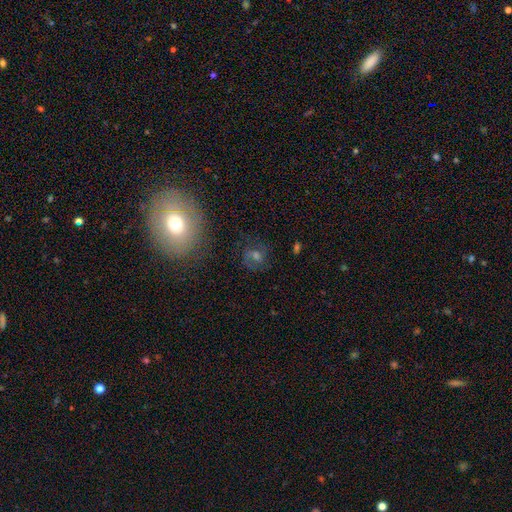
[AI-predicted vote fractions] The model was most divided on "smooth or featured": featured or disk: 40%, smooth: 35%, star or artifact: 24%. More confident: merging — none (74%).